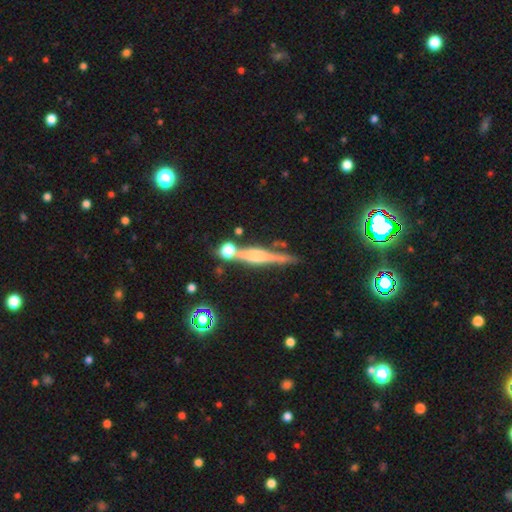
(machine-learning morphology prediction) A featured or disk galaxy (65%) viewed edge-on (95%) with a rounded central bulge (61%).

Vote fractions:
- Smooth or featured? featured or disk: 65% / smooth: 25% / star or artifact: 10%
- Edge-on disk? yes: 95% / no: 5%
- Edge-on bulge? rounded: 61% / boxy: 28% / none: 11%
- Merging? none: 72% / minor disturbance: 12% / merger: 11% / major disturbance: 4%